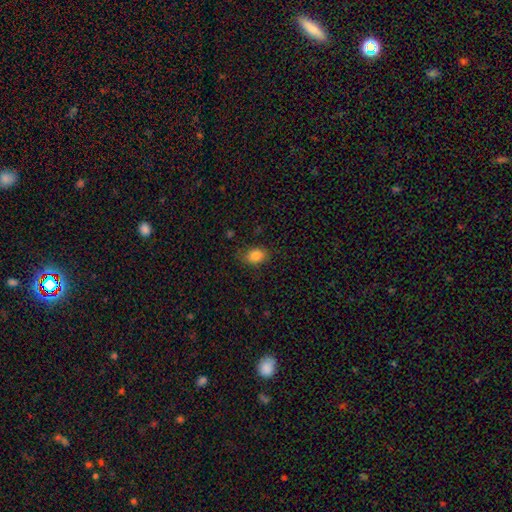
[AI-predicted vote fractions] Smooth or featured? smooth (84%)
How rounded? in between (72%)
Merging? none (77%)